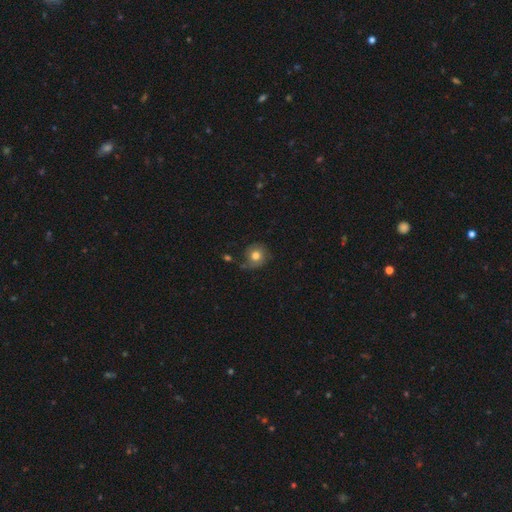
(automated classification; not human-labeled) smooth 71%, featured or disk 19%, star or artifact 10%. Down the decision tree: how rounded — round (88%); merging — none (68%).